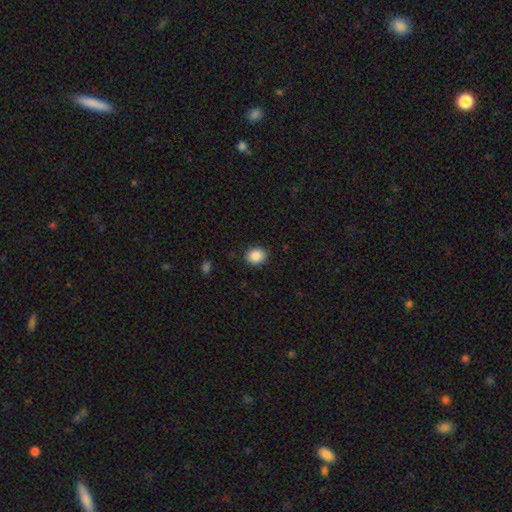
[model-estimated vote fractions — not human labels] Overall: smooth (88%). How rounded: round (60%; in between 39%). Merging: none (87%).